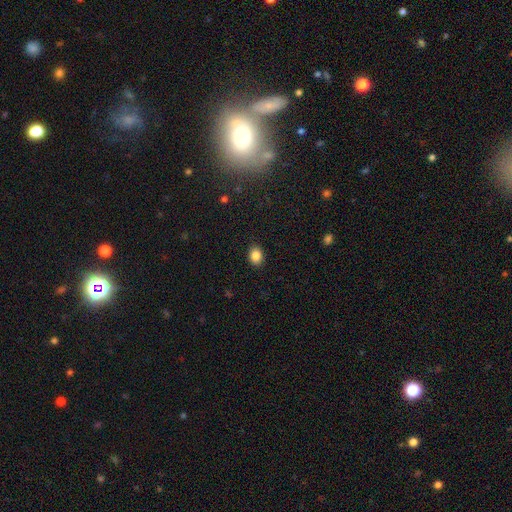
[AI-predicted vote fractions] A smooth galaxy with no disk features (86%) that is in between round and cigar-shaped (57%).

Vote fractions:
- Smooth or featured? smooth: 86% / star or artifact: 9% / featured or disk: 4%
- How rounded? in between: 57% / round: 42% / cigar-shaped: 1%
- Merging? none: 90% / minor disturbance: 7% / major disturbance: 2% / merger: 1%